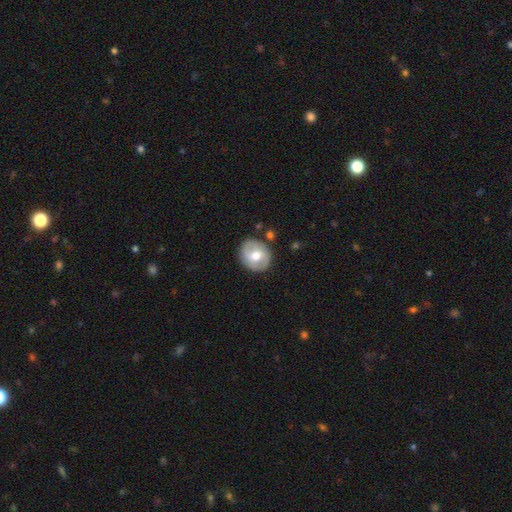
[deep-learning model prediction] Smooth or featured? Predicted: featured or disk (p=0.49). Merging? Predicted: none (p=0.82).